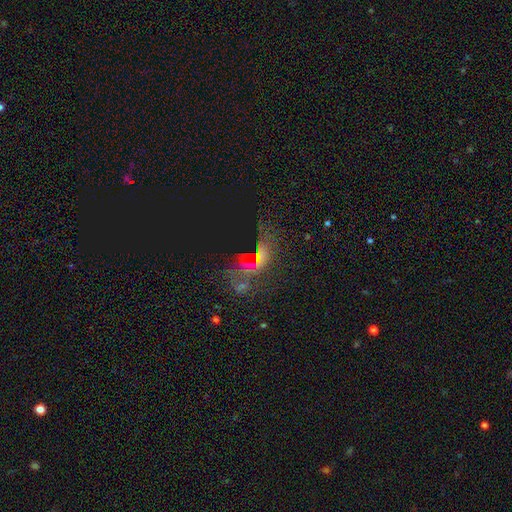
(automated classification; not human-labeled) Smooth or featured? star or artifact (52%)